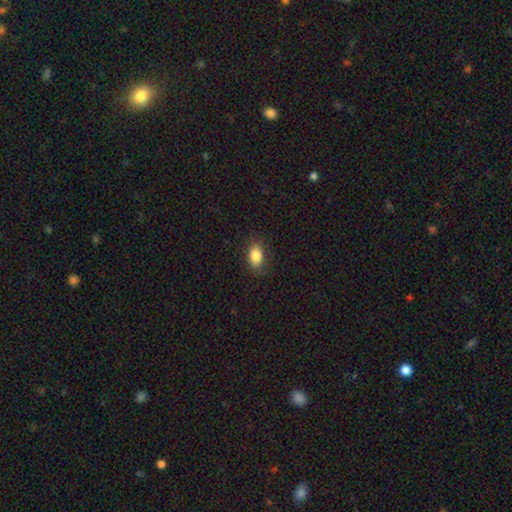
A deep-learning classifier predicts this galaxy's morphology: Q: Smooth or featured?
A: smooth (84%); runner-up: star or artifact (8%)
Q: How rounded?
A: in between (84%); runner-up: round (14%)
Q: Merging?
A: none (81%); runner-up: minor disturbance (14%)